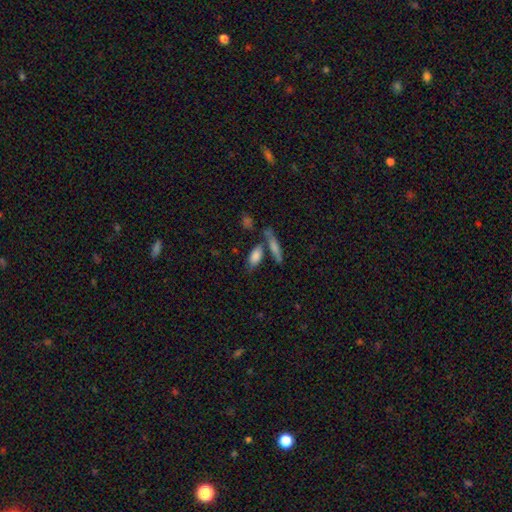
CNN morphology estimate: Smooth or featured?
  - smooth: 81% *
  - featured or disk: 12%
  - star or artifact: 8%
How rounded?
  - in between: 78% *
  - cigar-shaped: 19%
  - round: 3%
Merging?
  - none: 58% *
  - merger: 23%
  - minor disturbance: 13%
  - major disturbance: 5%